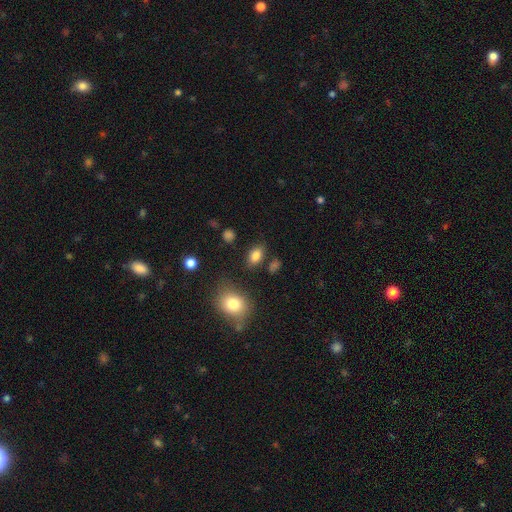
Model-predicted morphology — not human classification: Overall: smooth (83%). How rounded: in between (85%). Merging: none (80%).